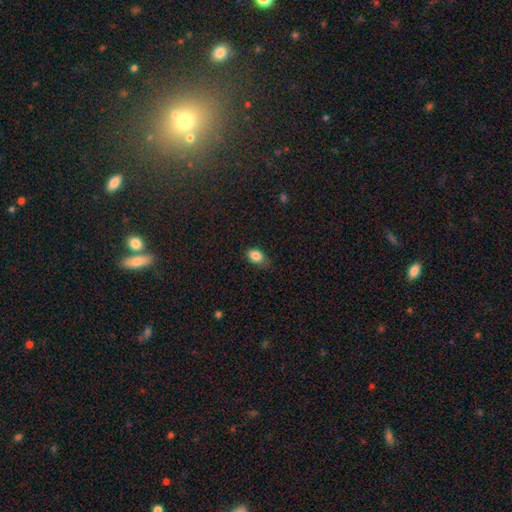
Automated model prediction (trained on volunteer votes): Morphology: type=smooth (86%); roundness=in between (79%); merging=none (68%).